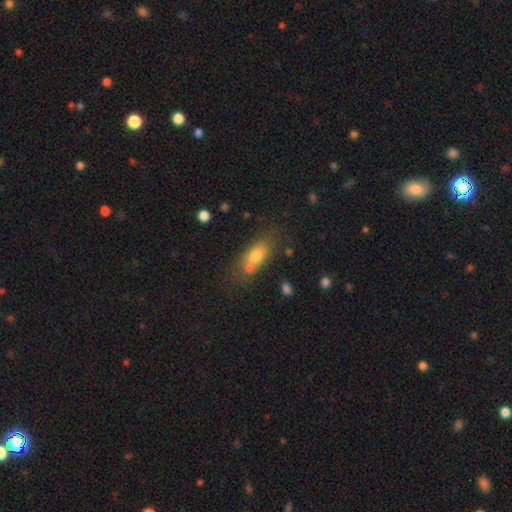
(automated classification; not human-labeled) Overall: smooth (72%). How rounded: in between (75%). Merging: none (52%; merger 27%).